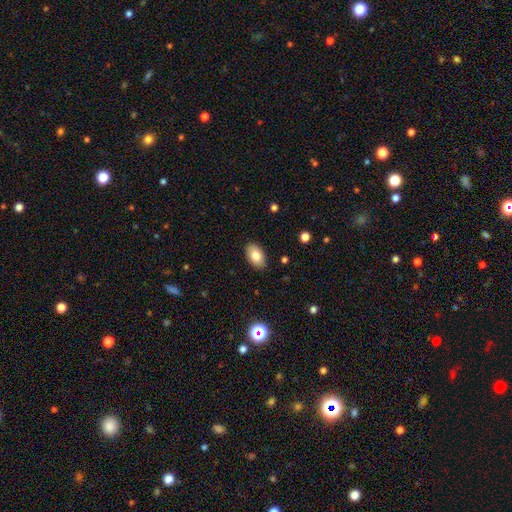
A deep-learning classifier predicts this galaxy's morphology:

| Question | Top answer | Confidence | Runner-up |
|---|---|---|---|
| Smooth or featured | smooth | 81% | featured or disk (11%) |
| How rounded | in between | 91% | round (8%) |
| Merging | none | 87% | minor disturbance (9%) |